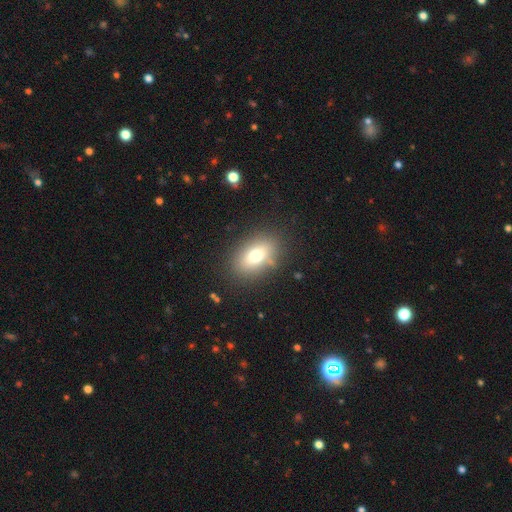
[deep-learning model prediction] Smooth or featured?
  - smooth: 71% *
  - featured or disk: 18%
  - star or artifact: 11%
How rounded?
  - in between: 83% *
  - round: 13%
  - cigar-shaped: 4%
Merging?
  - none: 83% *
  - minor disturbance: 11%
  - major disturbance: 4%
  - merger: 3%